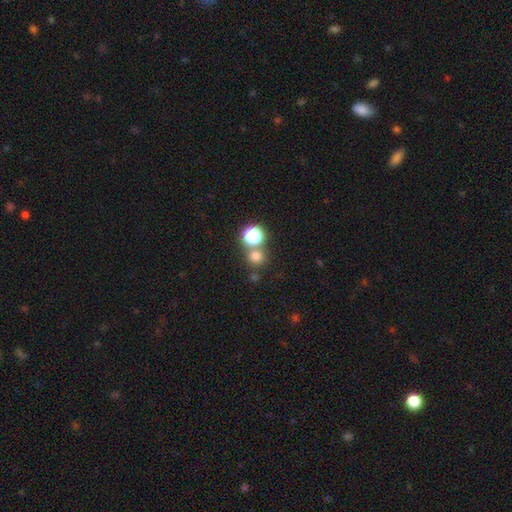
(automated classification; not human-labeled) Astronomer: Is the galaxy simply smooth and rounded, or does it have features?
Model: smooth — 72%.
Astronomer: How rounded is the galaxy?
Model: round — 91%.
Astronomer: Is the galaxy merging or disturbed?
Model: none — 69%.